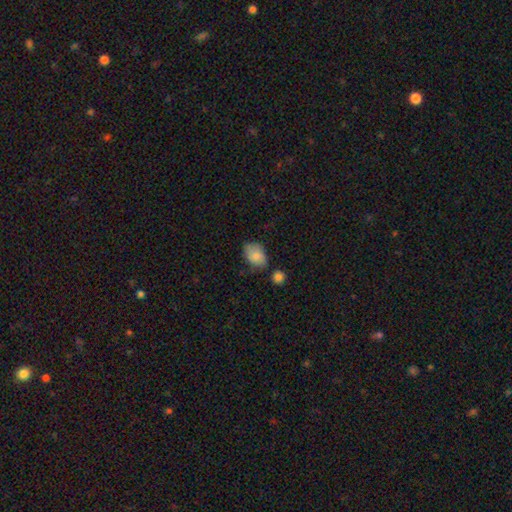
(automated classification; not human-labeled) Q: Smooth or featured?
A: smooth (84%); runner-up: featured or disk (8%)
Q: How rounded?
A: in between (80%); runner-up: round (19%)
Q: Merging?
A: none (63%); runner-up: minor disturbance (25%)